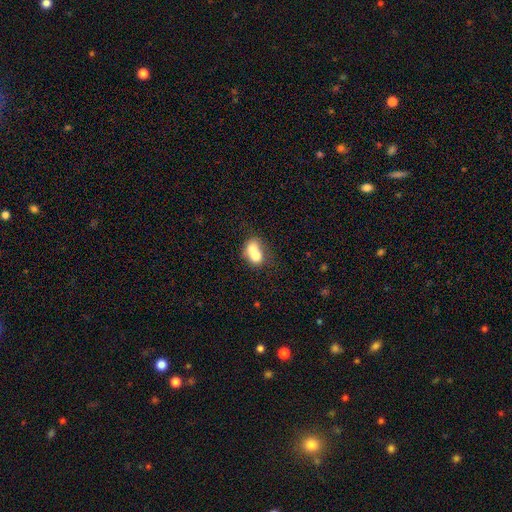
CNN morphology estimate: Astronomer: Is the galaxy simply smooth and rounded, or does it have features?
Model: smooth — 66%.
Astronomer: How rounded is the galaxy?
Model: round — 50% (runner-up: in between, 49%).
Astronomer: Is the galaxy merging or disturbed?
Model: merger — 73%.